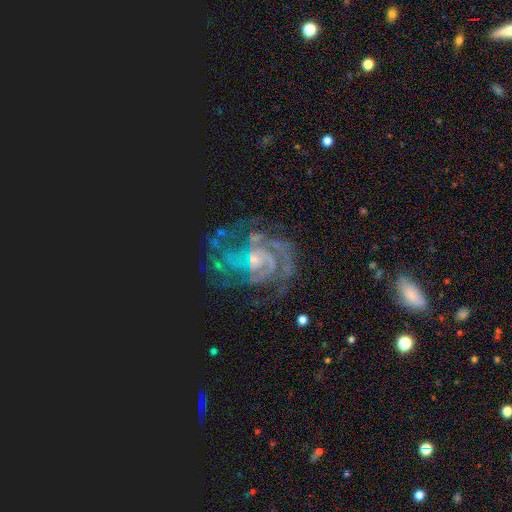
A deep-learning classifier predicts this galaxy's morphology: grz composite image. It shows a featured or disk galaxy (74%) with no bar (50%), 2 (27%) tight (56%) spiral arms (95%) and a small central bulge (62%). Merging: none (74%).